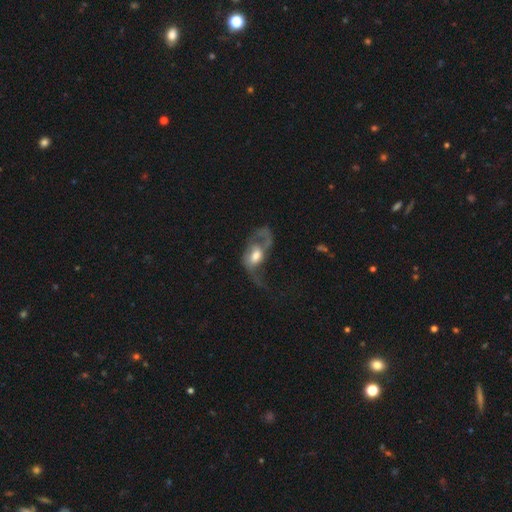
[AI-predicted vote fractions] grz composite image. It shows a featured or disk galaxy (65%) with no bar (57%), spiral arms (76%) and a moderate central bulge (54%). Merging: major disturbance (54%).